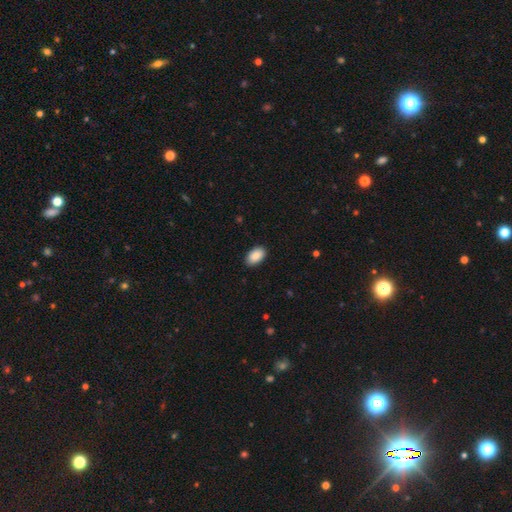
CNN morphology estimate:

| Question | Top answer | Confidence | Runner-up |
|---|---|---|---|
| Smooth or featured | smooth | 90% | star or artifact (7%) |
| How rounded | in between | 94% | round (5%) |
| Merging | none | 89% | minor disturbance (9%) |